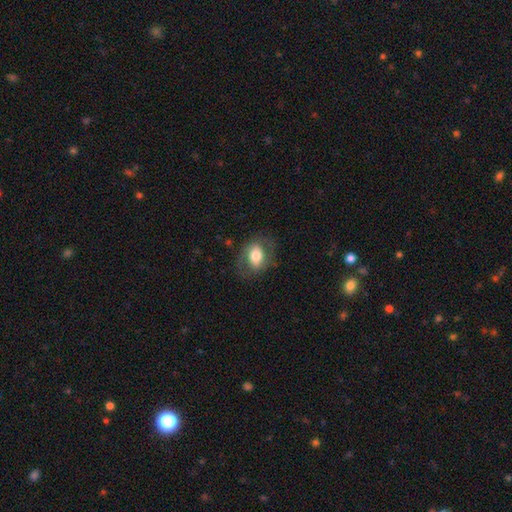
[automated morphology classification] This appears to be a smooth galaxy with no disk features (56%) that is in between round and cigar-shaped (71%). Merging: none (72%).